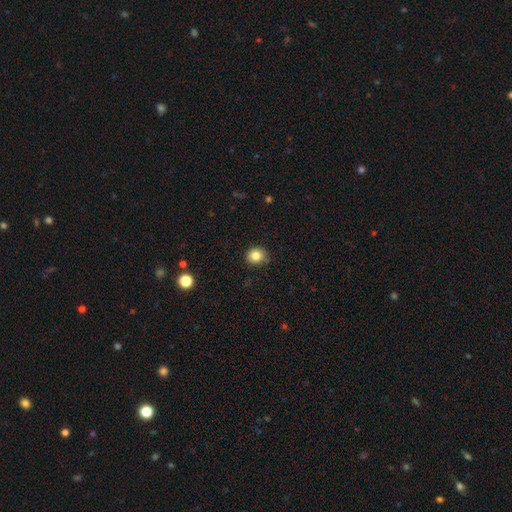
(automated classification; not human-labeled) Overall: smooth (83%). How rounded: round (84%). Merging: none (83%).